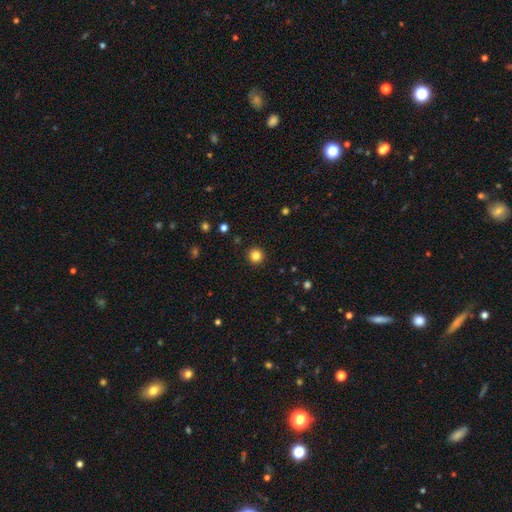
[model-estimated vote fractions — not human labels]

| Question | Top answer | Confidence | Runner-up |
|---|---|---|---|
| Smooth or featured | smooth | 84% | star or artifact (12%) |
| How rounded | round | 95% | in between (4%) |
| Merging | none | 93% | minor disturbance (4%) |